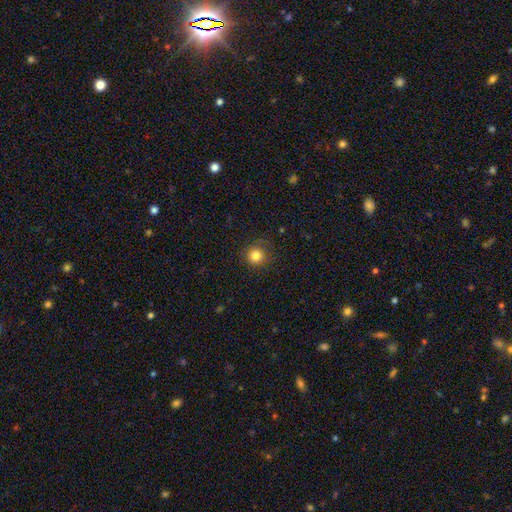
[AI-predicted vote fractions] This is clearly a smooth galaxy (83%). How rounded: clearly round (94%). Merging: clearly none (86%).